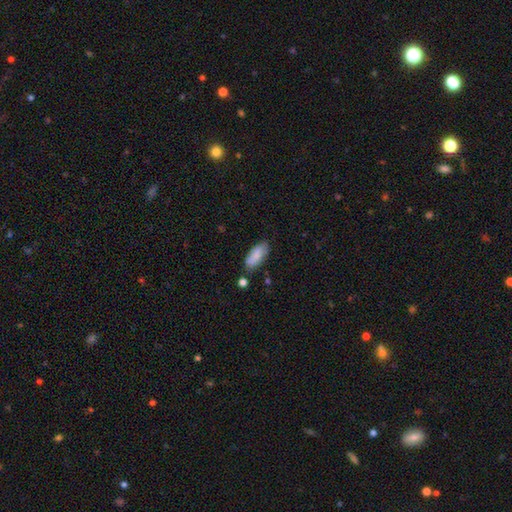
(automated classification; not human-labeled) smooth-or-featured: smooth: 81% | featured or disk: 12% | star or artifact: 6%
  how-rounded: in between: 82% | cigar-shaped: 16% | round: 2%
  merging: none: 72% | minor disturbance: 19% | merger: 5% | major disturbance: 4%